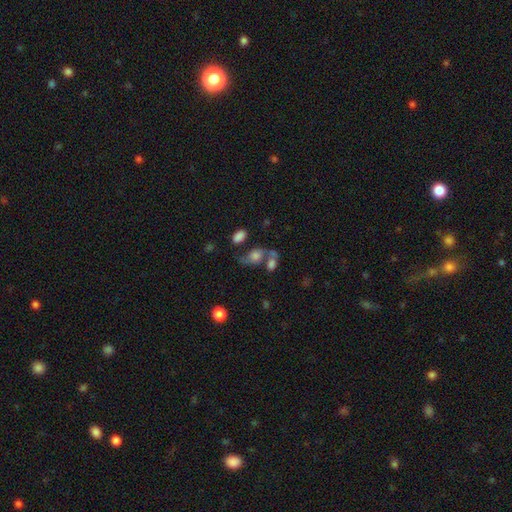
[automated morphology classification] This appears to be a smooth galaxy with no disk features (47%). Merging: none (36%).